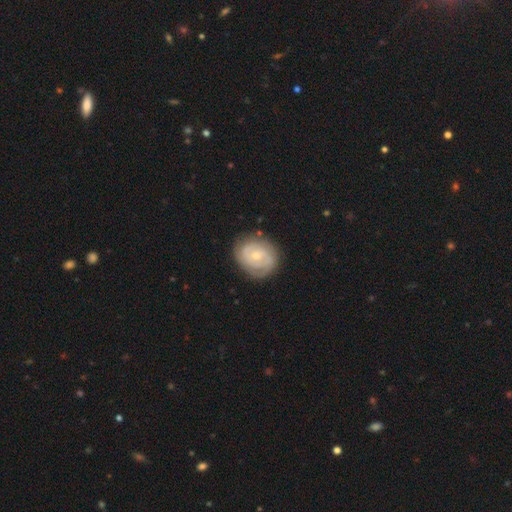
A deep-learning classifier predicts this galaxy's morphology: Overall: featured or disk (74%). Edge-on disk: no (98%). Bar: no (67%; weak 28%). Spiral arms: yes (89%). Spiral arm count: 2 (50%; can't tell 27%). Spiral winding: tight (68%). Bulge size: small (64%; moderate 32%). Merging: none (79%).